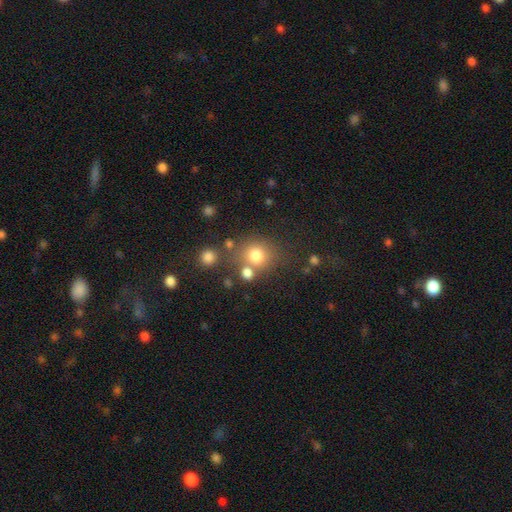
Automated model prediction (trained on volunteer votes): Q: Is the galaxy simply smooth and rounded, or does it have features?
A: smooth — 76%.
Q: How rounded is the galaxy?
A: round — 82%.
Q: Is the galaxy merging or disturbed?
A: none — 64%.